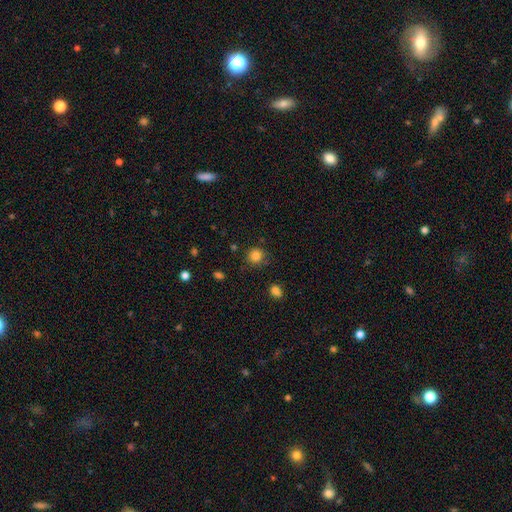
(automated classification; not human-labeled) Q: Smooth or featured?
A: smooth (84%); runner-up: star or artifact (12%)
Q: How rounded?
A: round (90%); runner-up: in between (9%)
Q: Merging?
A: none (82%); runner-up: minor disturbance (11%)